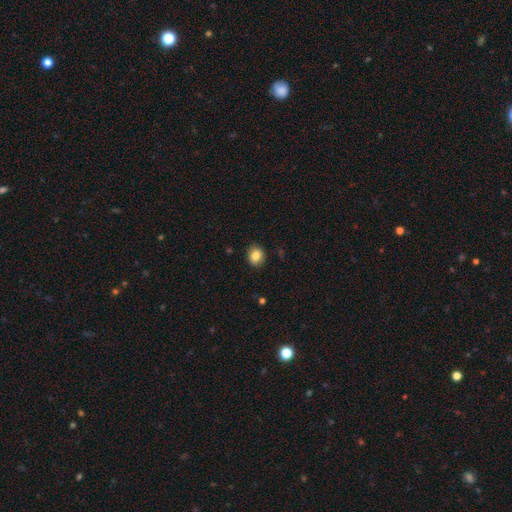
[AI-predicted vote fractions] Overall: smooth (85%). How rounded: round (64%; in between 35%). Merging: none (89%).